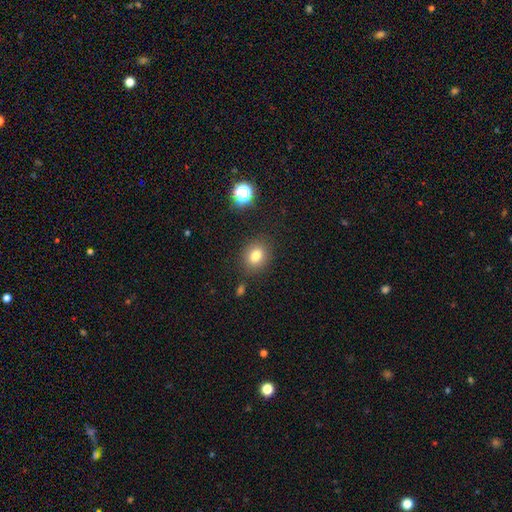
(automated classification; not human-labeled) smooth-or-featured: smooth: 80% | star or artifact: 12% | featured or disk: 8%
  how-rounded: round: 59% | in between: 40% | cigar-shaped: 1%
  merging: none: 84% | minor disturbance: 10% | major disturbance: 3% | merger: 3%